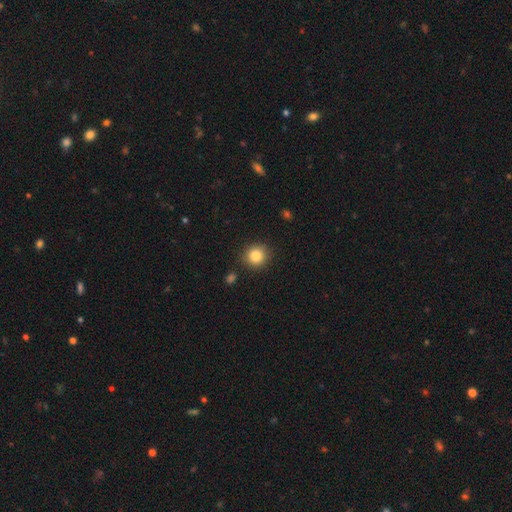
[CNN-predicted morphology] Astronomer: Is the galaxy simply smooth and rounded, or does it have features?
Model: smooth — 85%.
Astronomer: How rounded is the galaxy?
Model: round — 88%.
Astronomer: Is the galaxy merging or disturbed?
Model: none — 88%.